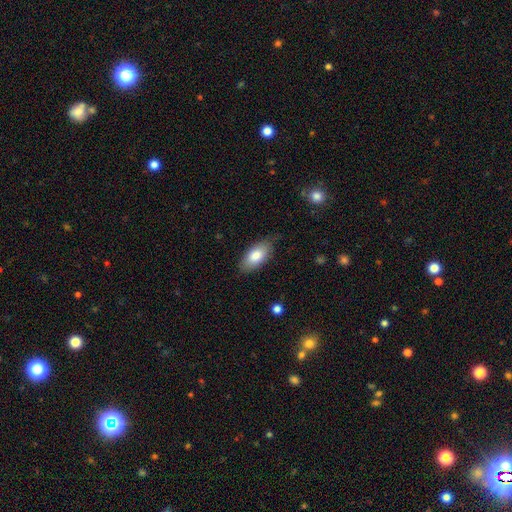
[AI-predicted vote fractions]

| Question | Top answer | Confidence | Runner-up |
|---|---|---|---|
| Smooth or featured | smooth | 81% | featured or disk (13%) |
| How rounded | in between | 92% | cigar-shaped (6%) |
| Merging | none | 76% | minor disturbance (19%) |